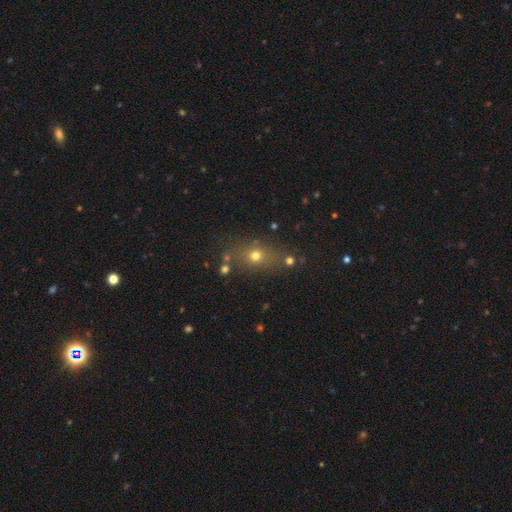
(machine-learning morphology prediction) Overall: smooth (64%). How rounded: in between (49%; round 45%). Merging: none (73%).